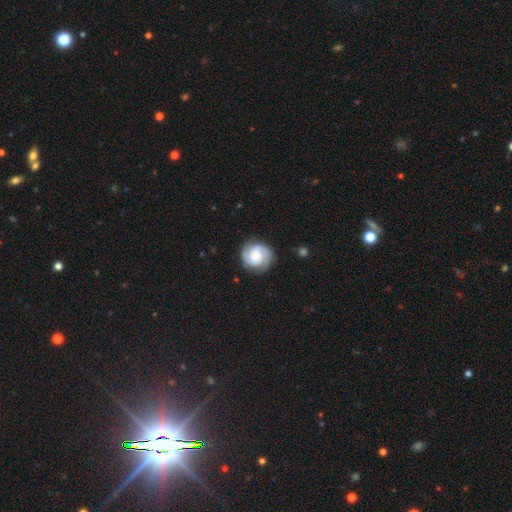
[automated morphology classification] Smooth or featured?
  - featured or disk: 79% *
  - smooth: 15%
  - star or artifact: 6%
Edge-on disk?
  - no: 98% *
  - yes: 2%
Bar?
  - no: 54% *
  - weak: 37%
  - strong: 9%
Spiral arms?
  - yes: 97% *
  - no: 3%
Spiral winding?
  - tight: 61% *
  - medium: 33%
  - loose: 7%
Spiral arm count?
  - 2: 82% *
  - 3: 6%
  - can't tell: 6%
  - 1: 2%
  - 4: 2%
  - more than 4: 2%
Bulge size?
  - moderate: 41% *
  - large: 24%
  - small: 23%
  - none: 8%
  - dominant: 3%
Merging?
  - none: 83% *
  - minor disturbance: 12%
  - major disturbance: 4%
  - merger: 1%